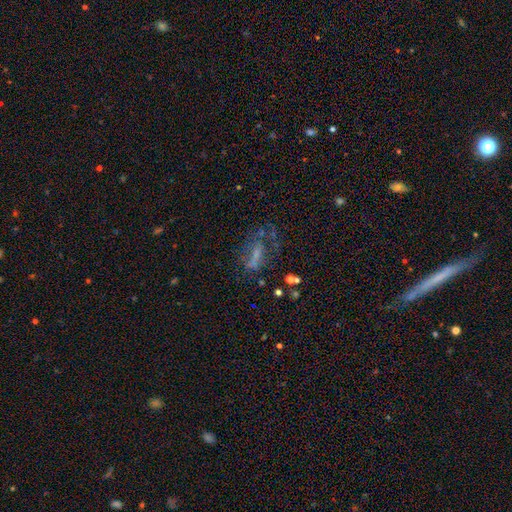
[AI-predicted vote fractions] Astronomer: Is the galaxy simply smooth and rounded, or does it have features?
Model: smooth — 40% (runner-up: featured or disk, 39%).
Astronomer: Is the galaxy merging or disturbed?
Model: none — 38% (runner-up: major disturbance, 35%).